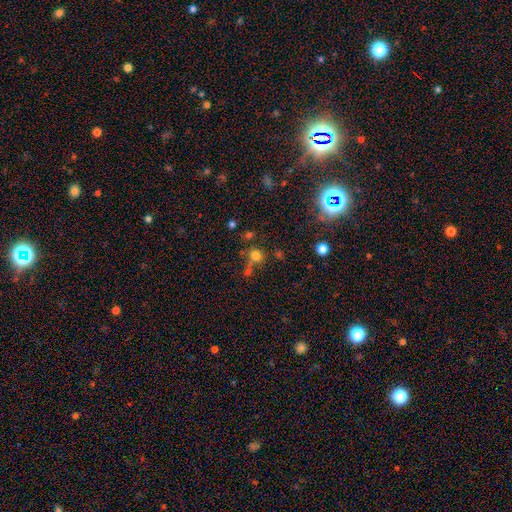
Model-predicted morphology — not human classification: Smooth or featured?
  - smooth: 73% *
  - star or artifact: 20%
  - featured or disk: 8%
How rounded?
  - round: 88% *
  - in between: 11%
  - cigar-shaped: 1%
Merging?
  - none: 62% *
  - merger: 21%
  - minor disturbance: 10%
  - major disturbance: 6%